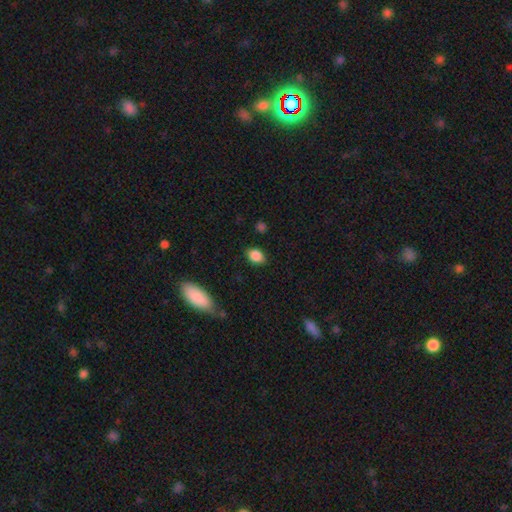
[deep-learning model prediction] Smooth or featured? Predicted: smooth (p=0.87). How rounded? Predicted: in between (p=0.74). Merging? Predicted: none (p=0.84).